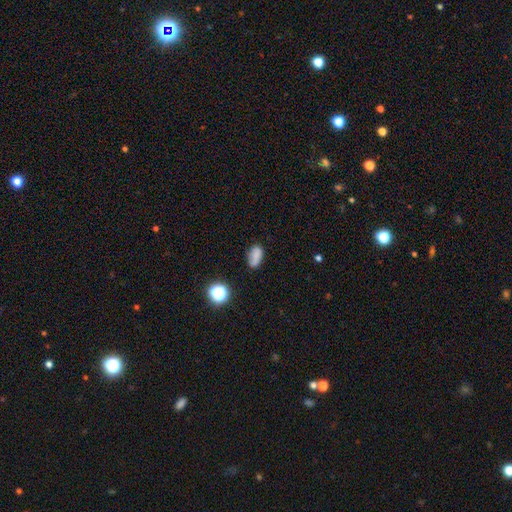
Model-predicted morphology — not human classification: The model was most divided on "merging": none: 68%, minor disturbance: 22%, major disturbance: 6%, merger: 4%. More confident: how rounded — in between (87%); smooth or featured — smooth (77%).